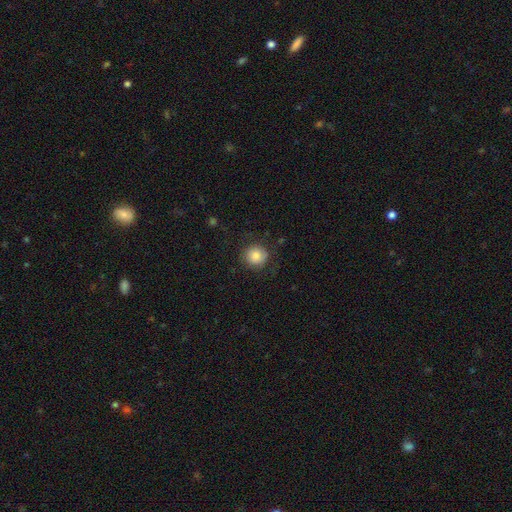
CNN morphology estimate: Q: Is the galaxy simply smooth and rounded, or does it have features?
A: smooth — 79%.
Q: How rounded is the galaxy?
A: round — 93%.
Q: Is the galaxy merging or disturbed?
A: none — 82%.